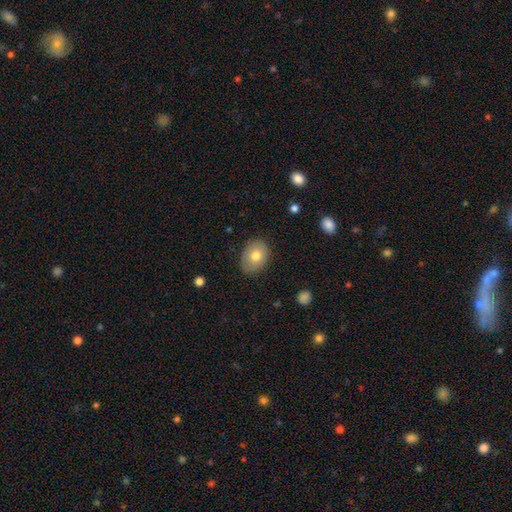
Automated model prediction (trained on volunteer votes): This appears to be a smooth galaxy with no disk features (75%) that is in between round and cigar-shaped (67%). Merging: none (81%).